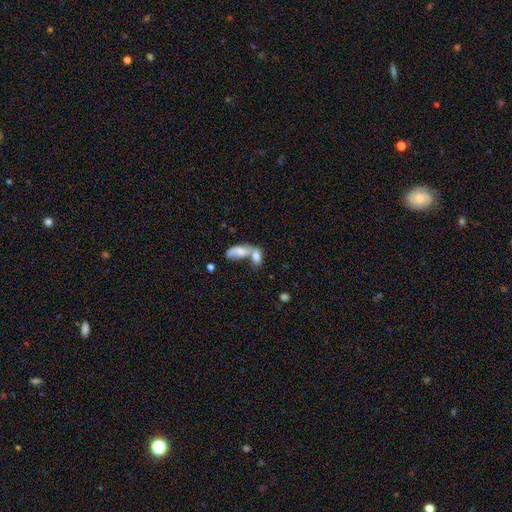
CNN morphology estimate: smooth-or-featured: smooth: 72% | featured or disk: 19% | star or artifact: 8%
  how-rounded: in between: 84% | cigar-shaped: 9% | round: 7%
  merging: merger: 71% | none: 16% | minor disturbance: 7% | major disturbance: 6%